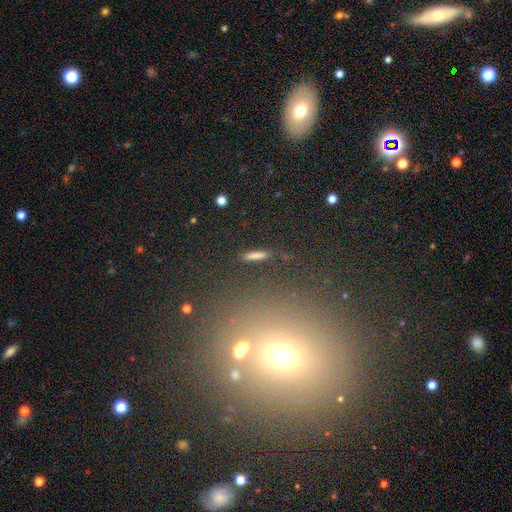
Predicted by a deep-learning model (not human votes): Overall: smooth (77%). How rounded: cigar-shaped (84%). Merging: none (88%).